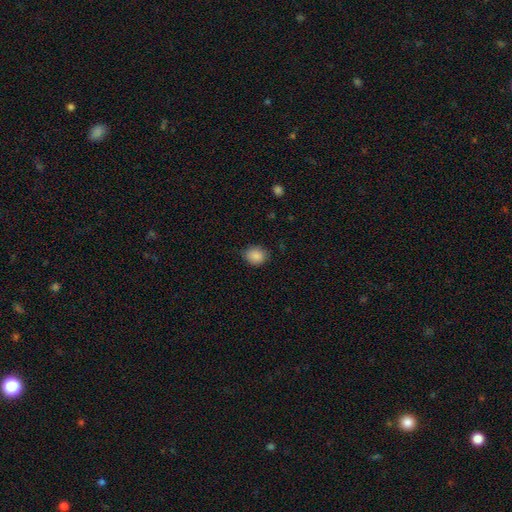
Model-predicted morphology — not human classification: This is clearly a smooth galaxy (88%). How rounded: possibly round (56%). Merging: clearly none (82%).